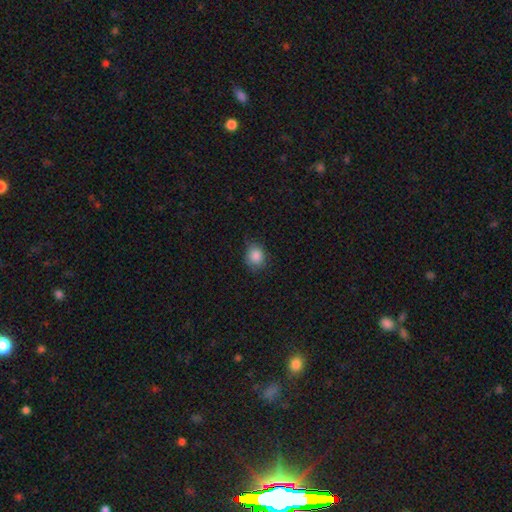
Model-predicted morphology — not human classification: smooth_or_featured: smooth (p=0.86) [alt: star or artifact p=0.09]
how_rounded: round (p=0.72) [alt: in between p=0.27]
merging: none (p=0.74) [alt: minor disturbance p=0.21]